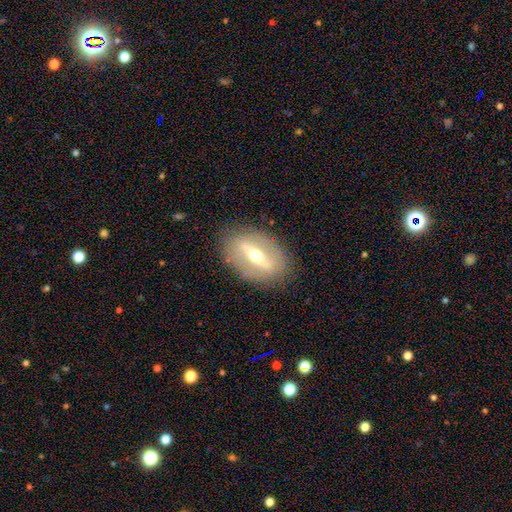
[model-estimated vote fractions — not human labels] This appears to be a featured or disk galaxy (72%). Merging: none (85%).